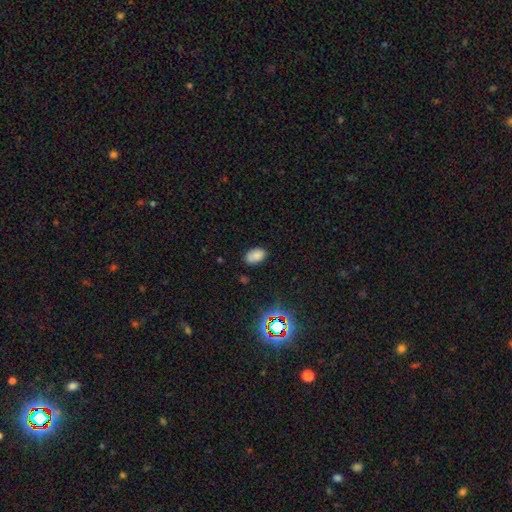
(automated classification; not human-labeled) Smooth or featured?
  - smooth: 80% *
  - star or artifact: 14%
  - featured or disk: 6%
How rounded?
  - in between: 91% *
  - round: 8%
  - cigar-shaped: 1%
Merging?
  - none: 80% *
  - minor disturbance: 15%
  - major disturbance: 3%
  - merger: 2%